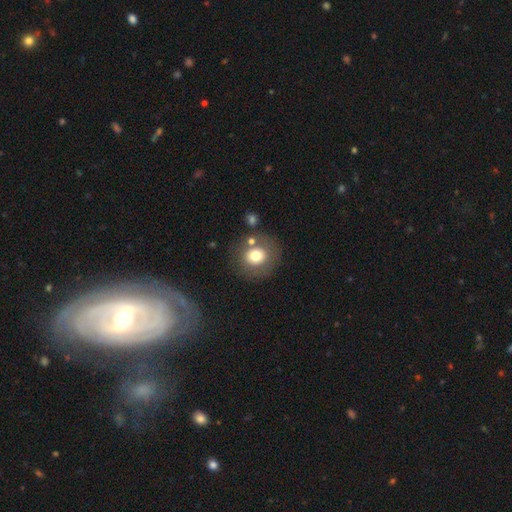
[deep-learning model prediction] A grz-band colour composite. It shows a smooth galaxy with no disk features (72%) that is round (86%). Merging: none (72%).